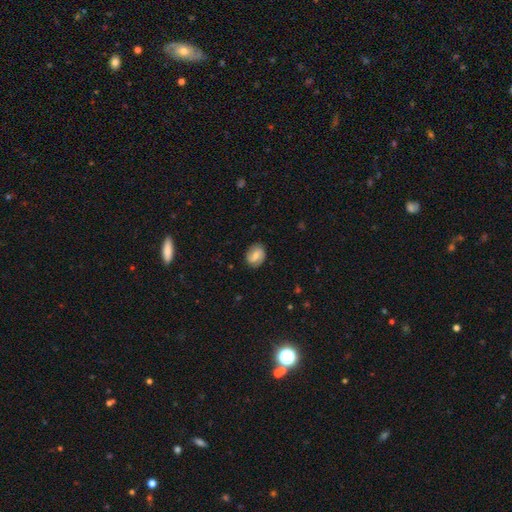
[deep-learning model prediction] smooth_or_featured: smooth (p=0.48) [alt: featured or disk p=0.44]
merging: none (p=0.83) [alt: minor disturbance p=0.13]